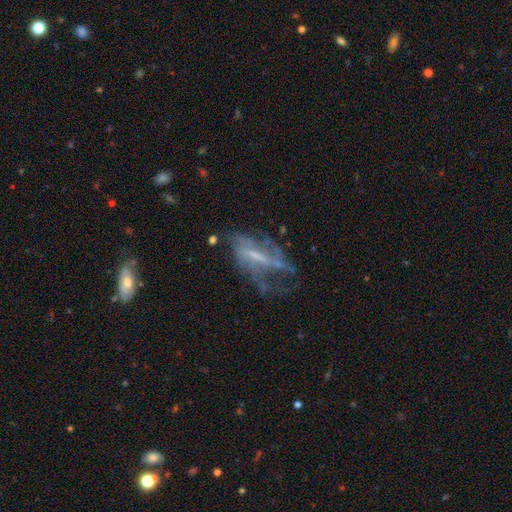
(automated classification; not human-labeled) Morphology: type=featured or disk (73%); edge-on=no (85%); bar=strong (38%); spiral arms=yes (72%); bulge=small (43%); merging=none (42%).